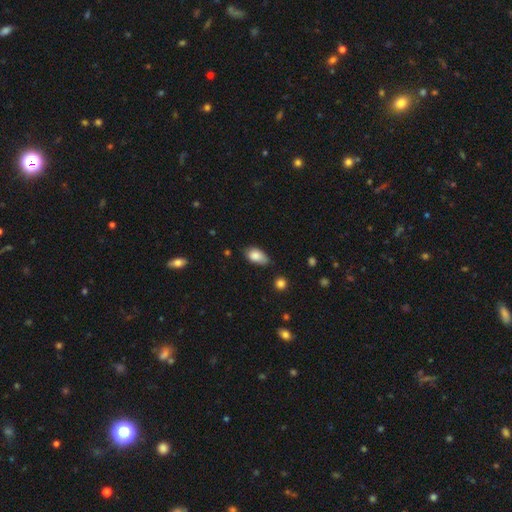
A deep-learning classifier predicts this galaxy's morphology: smooth-or-featured: smooth: 85% | star or artifact: 8% | featured or disk: 7%
  how-rounded: in between: 91% | round: 6% | cigar-shaped: 3%
  merging: none: 61% | minor disturbance: 32% | major disturbance: 5% | merger: 3%